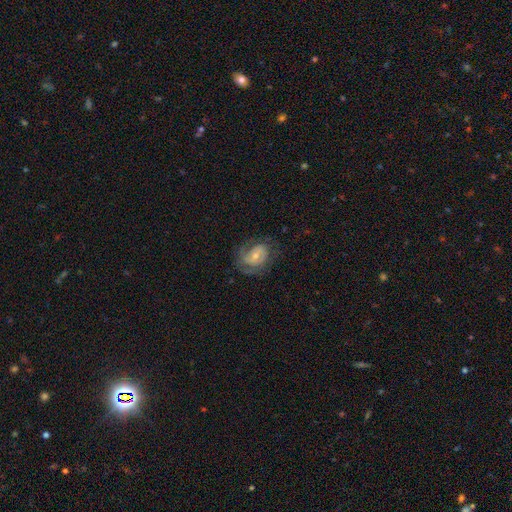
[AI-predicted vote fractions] Smooth or featured?
  - featured or disk: 72% *
  - smooth: 21%
  - star or artifact: 7%
Edge-on disk?
  - no: 97% *
  - yes: 3%
Bar?
  - no: 57% *
  - weak: 35%
  - strong: 8%
Spiral arms?
  - yes: 87% *
  - no: 13%
Spiral winding?
  - tight: 43% *
  - medium: 41%
  - loose: 17%
Spiral arm count?
  - 2: 47% *
  - can't tell: 25%
  - 1: 13%
  - 3: 10%
  - 4: 3%
  - more than 4: 3%
Bulge size?
  - small: 55% *
  - moderate: 40%
  - large: 3%
  - none: 2%
  - dominant: 1%
Merging?
  - none: 61% *
  - minor disturbance: 21%
  - major disturbance: 18%
  - merger: 1%